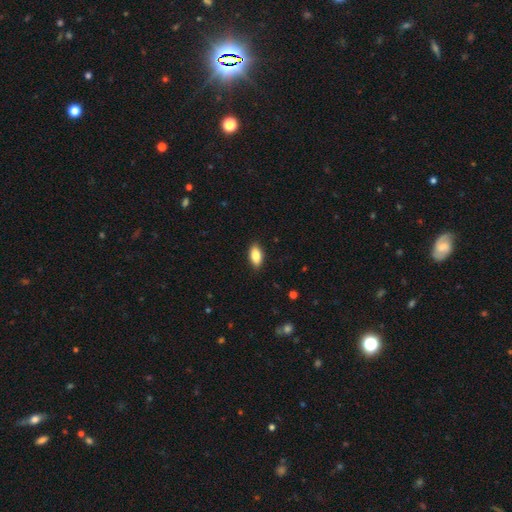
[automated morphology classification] This is clearly a smooth galaxy (86%). How rounded: clearly in between (89%). Merging: clearly none (88%).